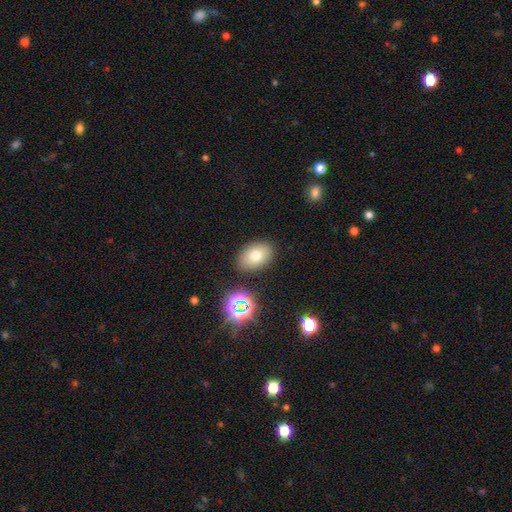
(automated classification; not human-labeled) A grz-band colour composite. It shows a smooth galaxy with no disk features (74%) that is in between round and cigar-shaped (82%). Merging: none (84%).